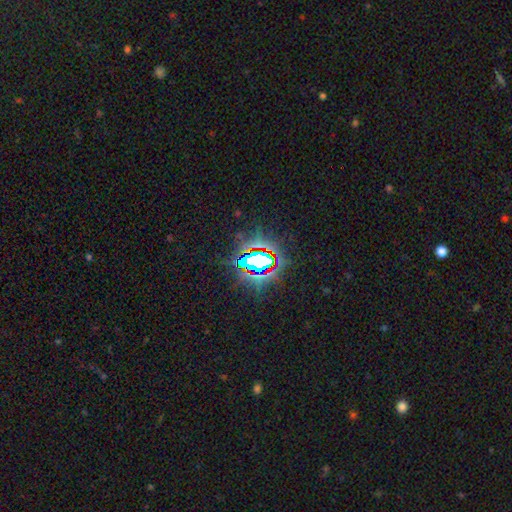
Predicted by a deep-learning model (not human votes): smooth_or_featured: star or artifact (p=0.72) [alt: smooth p=0.16]